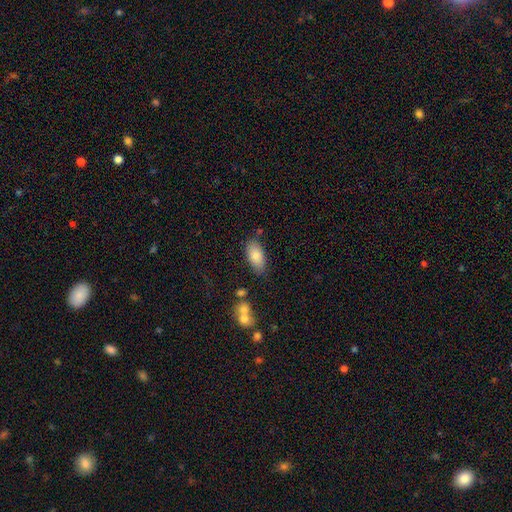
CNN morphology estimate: The model was most divided on "merging": none: 72%, minor disturbance: 19%, merger: 5%, major disturbance: 5%. More confident: how rounded — in between (91%); smooth or featured — smooth (85%).